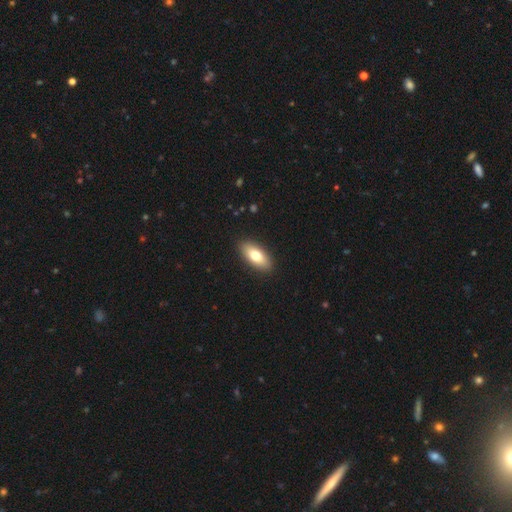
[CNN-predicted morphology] This is likely a smooth galaxy (75%). How rounded: clearly in between (85%). Merging: clearly none (90%).